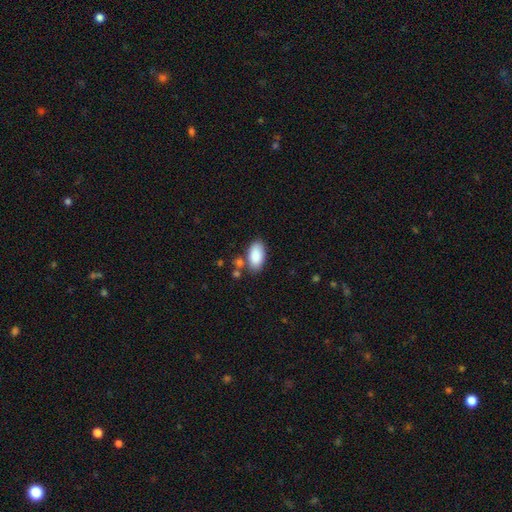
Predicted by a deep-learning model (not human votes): Morphology: type=smooth (88%); roundness=in between (95%); merging=none (72%).